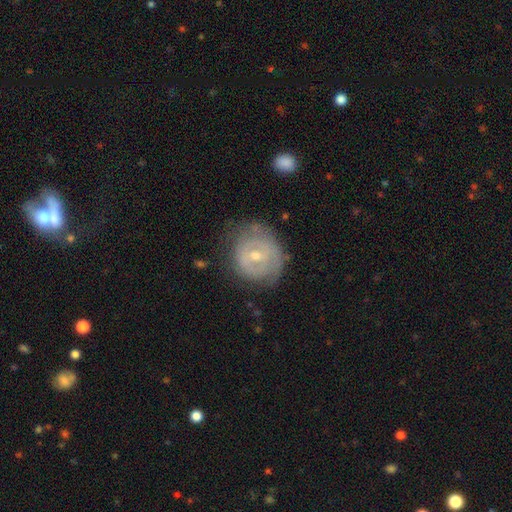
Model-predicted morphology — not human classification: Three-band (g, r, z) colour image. It shows a featured or disk galaxy (67%) with no bar (44%, tied with weak), spiral arms (60%) and a moderate central bulge (51%). Merging: none (64%).